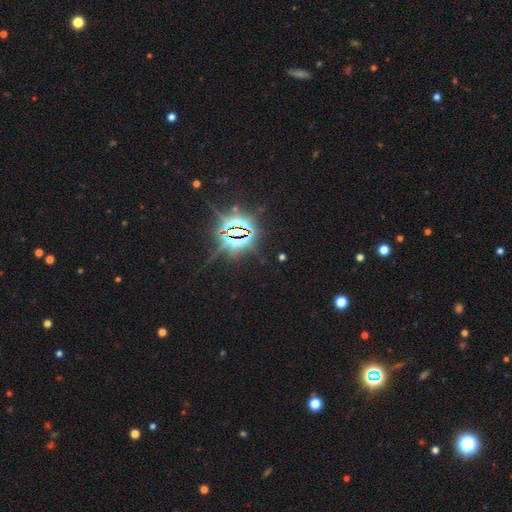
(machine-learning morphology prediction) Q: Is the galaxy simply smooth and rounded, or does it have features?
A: star or artifact — 85%.